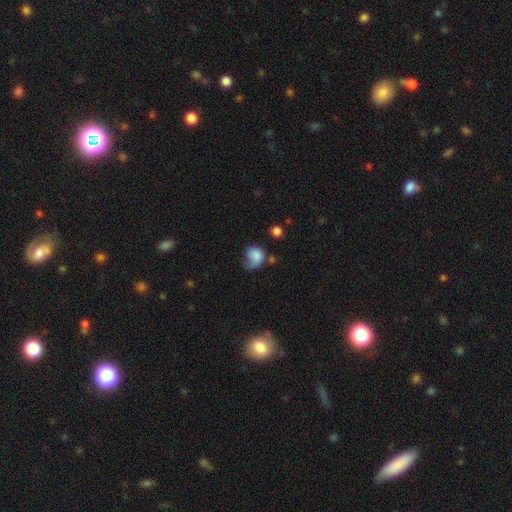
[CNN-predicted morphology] This appears to be a smooth galaxy with no disk features (76%) that is round (58%). Merging: major disturbance (35%).